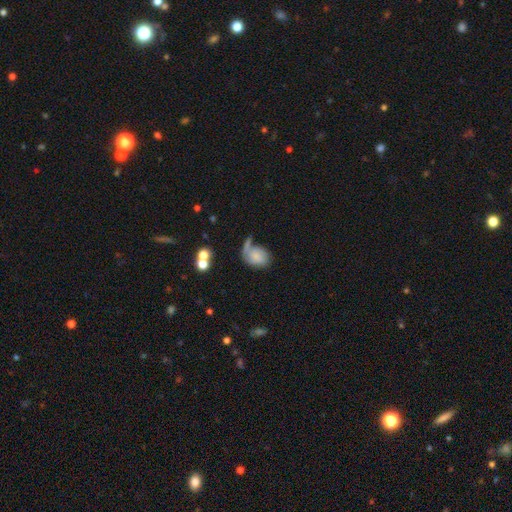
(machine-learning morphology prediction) The model was most divided on "merging": none: 33%, minor disturbance: 26%, major disturbance: 25%, merger: 15%. More confident: how rounded — in between (67%); smooth or featured — smooth (59%).